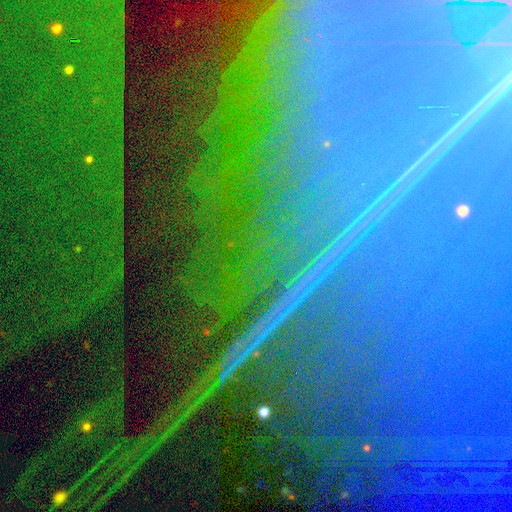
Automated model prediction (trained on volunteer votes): Q: Smooth or featured?
A: star or artifact (87%); runner-up: featured or disk (8%)